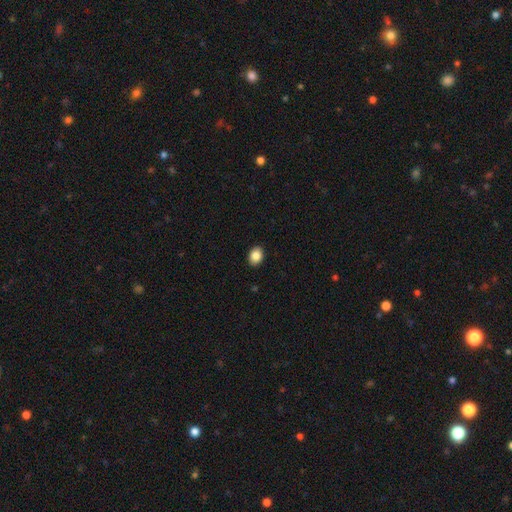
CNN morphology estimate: Smooth or featured: smooth — 87% (star or artifact — 8%)
How rounded: in between — 66% (round — 33%)
Merging: none — 91% (minor disturbance — 7%)